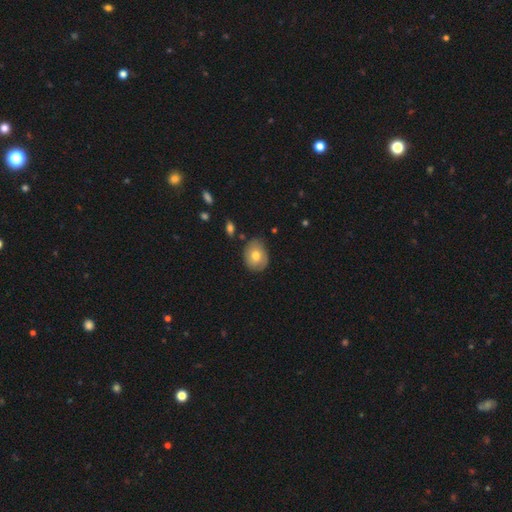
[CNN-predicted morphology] The model was most divided on "how rounded": round: 50%, in between: 49%, cigar-shaped: 1%. More confident: merging — none (75%); smooth or featured — smooth (71%).